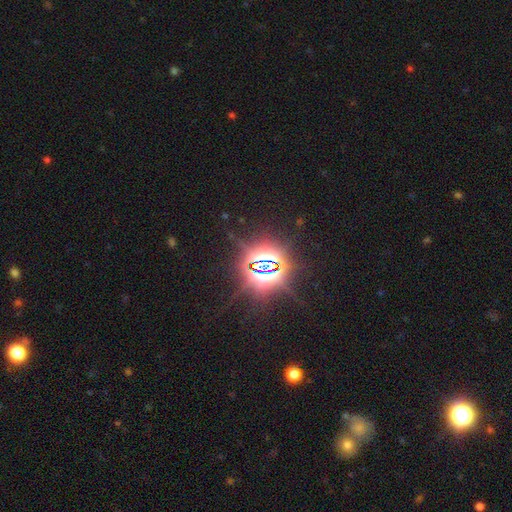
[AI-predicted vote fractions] Morphology: type=star or artifact (86%).